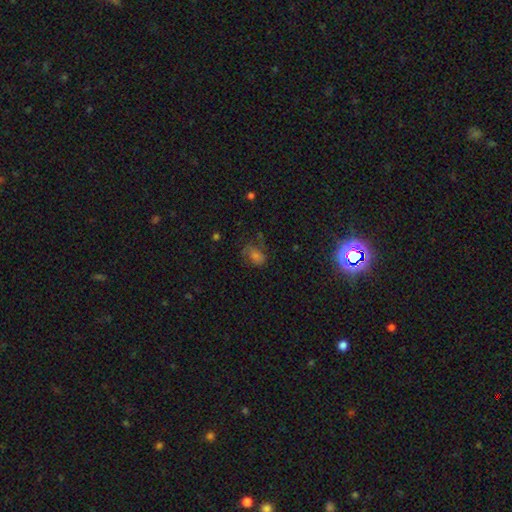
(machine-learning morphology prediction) This appears to be a smooth galaxy with no disk features (48%). Merging: none (58%).